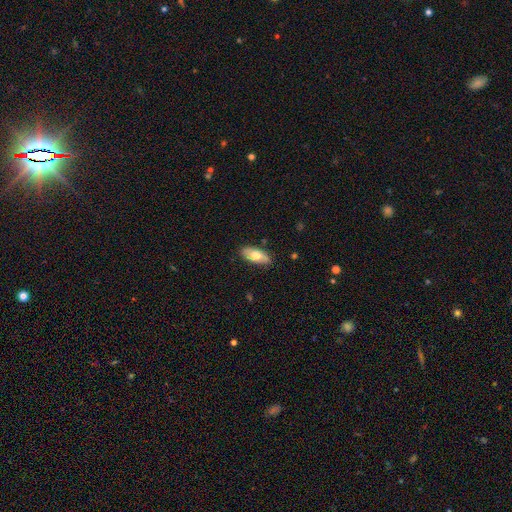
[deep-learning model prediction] smooth-or-featured: smooth: 64% | featured or disk: 30% | star or artifact: 6%
  how-rounded: in between: 89% | cigar-shaped: 9% | round: 3%
  merging: none: 83% | minor disturbance: 13% | major disturbance: 2% | merger: 1%